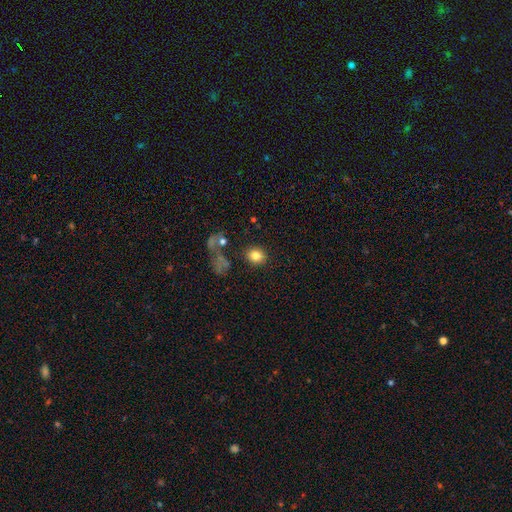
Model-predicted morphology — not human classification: The model was most divided on "how rounded": round: 64%, in between: 35%, cigar-shaped: 1%. More confident: merging — none (82%); smooth or featured — smooth (81%).